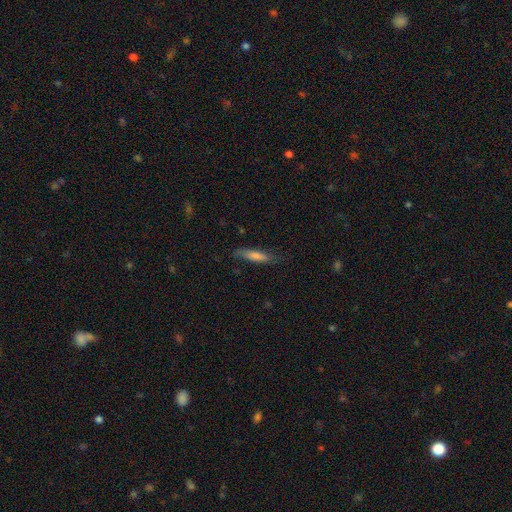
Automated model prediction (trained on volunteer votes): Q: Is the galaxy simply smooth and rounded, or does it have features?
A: smooth — 64%.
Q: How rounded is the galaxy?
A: cigar-shaped — 84%.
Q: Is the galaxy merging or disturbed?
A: none — 77%.